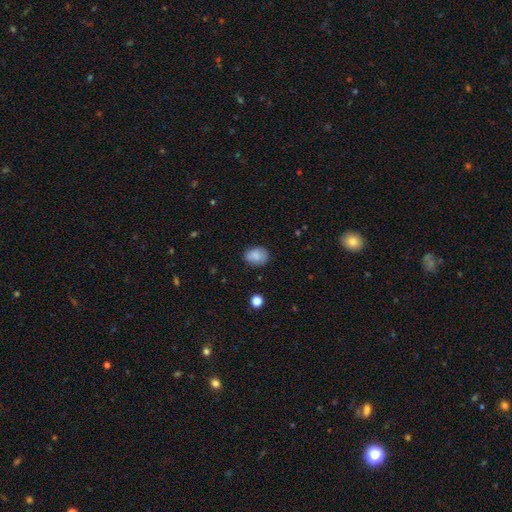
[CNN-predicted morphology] smooth_or_featured: smooth (p=0.83) [alt: star or artifact p=0.09]
how_rounded: in between (p=0.70) [alt: round p=0.29]
merging: none (p=0.74) [alt: minor disturbance p=0.20]